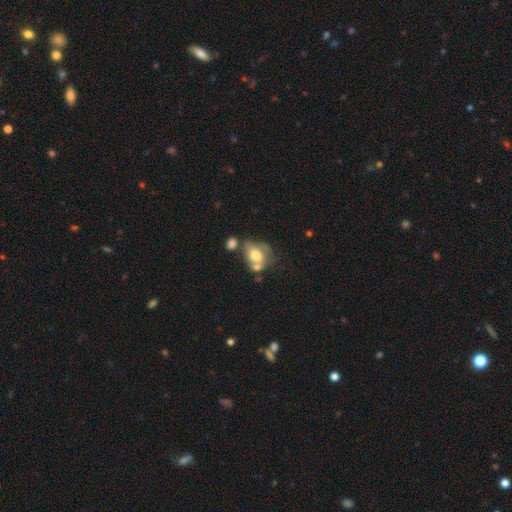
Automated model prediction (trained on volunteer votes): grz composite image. It shows a smooth galaxy with no disk features (61%) that is in between round and cigar-shaped (63%). Merging: merger (41%).